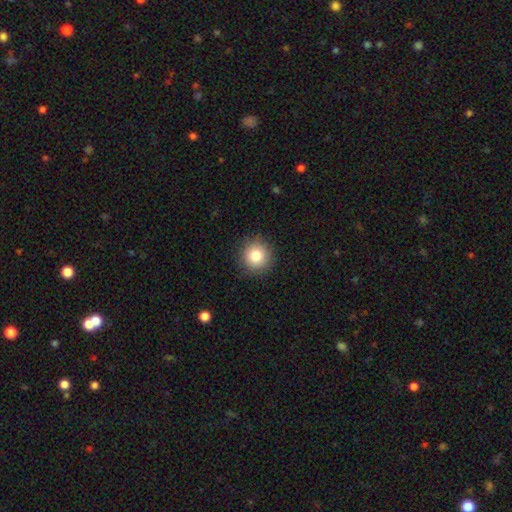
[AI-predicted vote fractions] Overall: smooth (81%). How rounded: round (94%). Merging: none (91%).